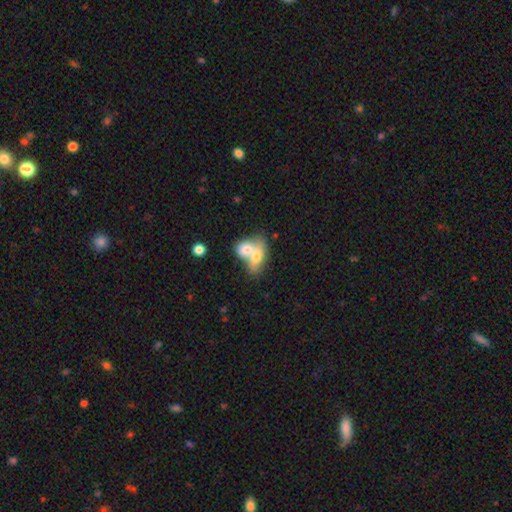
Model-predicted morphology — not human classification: smooth 68%, featured or disk 25%, star or artifact 7%. Down the decision tree: how rounded — in between (74%); merging — merger (78%).